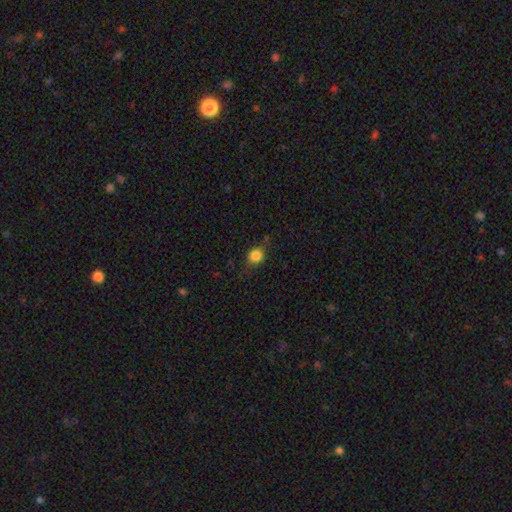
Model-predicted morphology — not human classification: This is clearly a smooth galaxy (82%). How rounded: likely round (75%). Merging: likely none (70%).